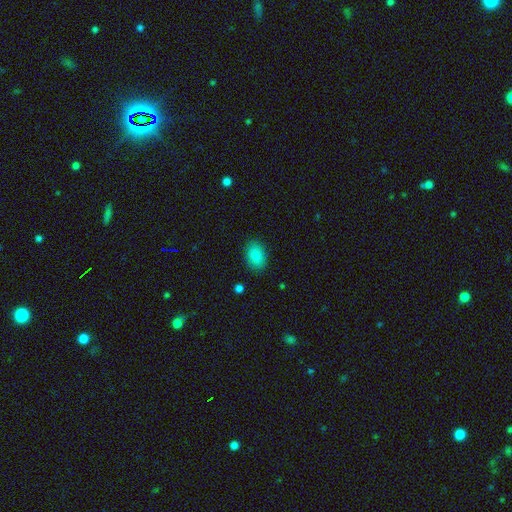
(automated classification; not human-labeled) Smooth or featured?
  - smooth: 88% *
  - star or artifact: 8%
  - featured or disk: 4%
How rounded?
  - in between: 85% *
  - round: 14%
  - cigar-shaped: 1%
Merging?
  - none: 86% *
  - minor disturbance: 10%
  - major disturbance: 3%
  - merger: 1%